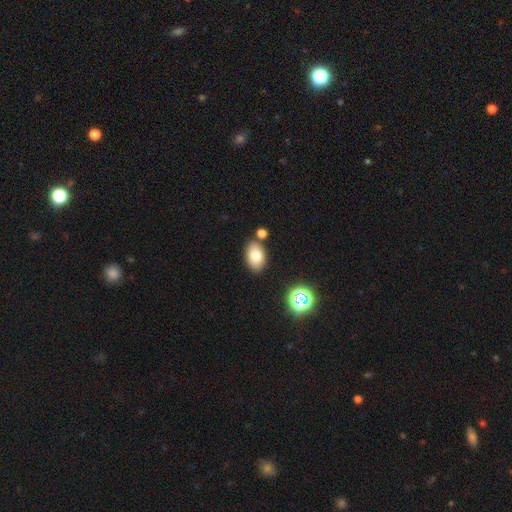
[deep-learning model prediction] A smooth galaxy with no disk features (77%) that is in between round and cigar-shaped (89%). Merging: none (80%).